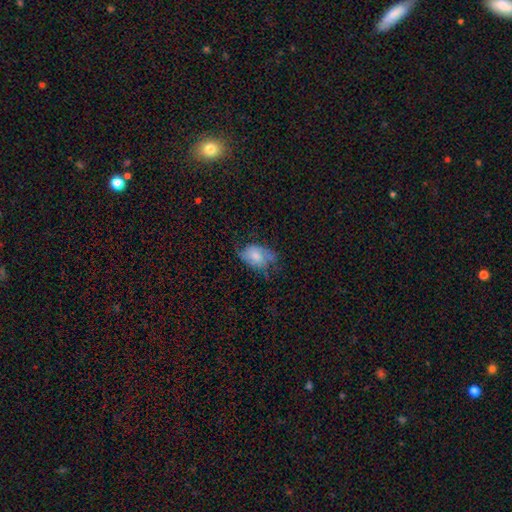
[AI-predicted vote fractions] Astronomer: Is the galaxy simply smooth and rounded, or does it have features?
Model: smooth — 60%.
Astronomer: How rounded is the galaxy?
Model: in between — 85%.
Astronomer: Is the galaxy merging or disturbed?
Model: none — 44% (runner-up: minor disturbance, 33%).